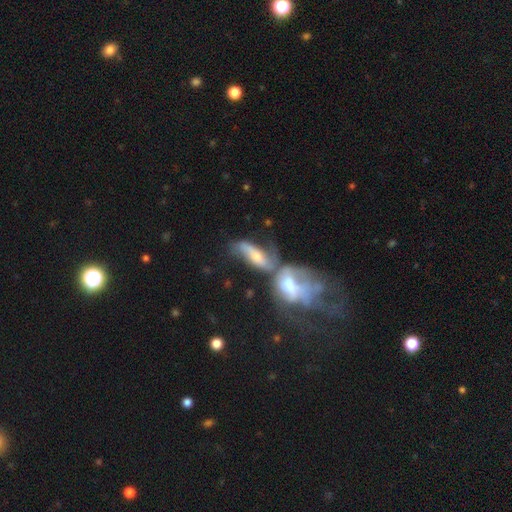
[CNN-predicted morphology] featured or disk 51%, smooth 41%, star or artifact 9%. Down the decision tree: edge-on disk — no (79%); merging — merger (59%).